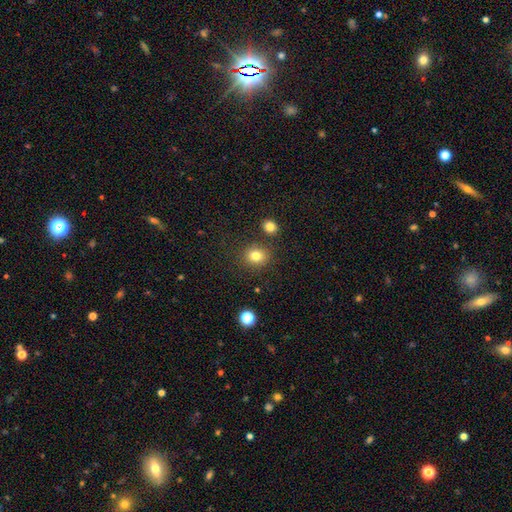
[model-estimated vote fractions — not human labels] smooth_or_featured: smooth (p=0.80) [alt: star or artifact p=0.13]
how_rounded: round (p=0.77) [alt: in between p=0.23]
merging: none (p=0.83) [alt: minor disturbance p=0.09]